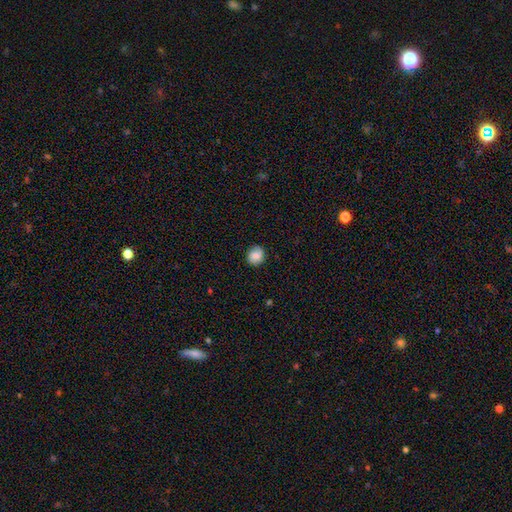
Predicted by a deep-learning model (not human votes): smooth_or_featured: smooth (p=0.77) [alt: featured or disk p=0.14]
how_rounded: round (p=0.79) [alt: in between p=0.20]
merging: none (p=0.84) [alt: minor disturbance p=0.12]